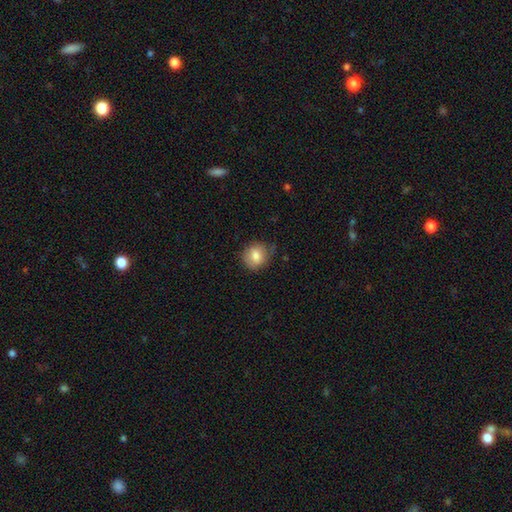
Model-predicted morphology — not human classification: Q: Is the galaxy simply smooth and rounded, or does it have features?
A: smooth — 82%.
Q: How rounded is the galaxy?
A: round — 75%.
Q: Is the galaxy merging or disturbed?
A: none — 76%.